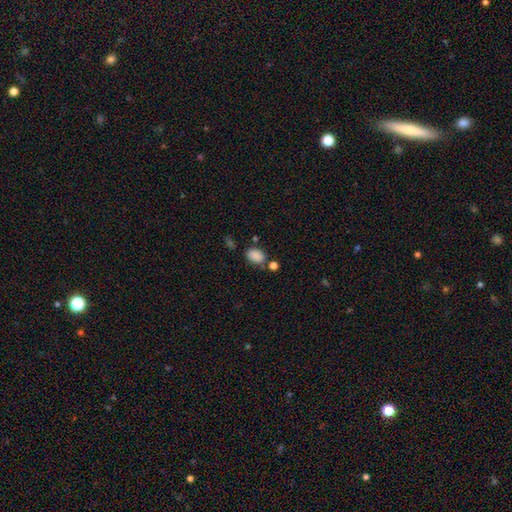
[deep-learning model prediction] Smooth or featured: smooth — 86% (star or artifact — 10%)
How rounded: in between — 84% (round — 15%)
Merging: none — 68% (minor disturbance — 15%)